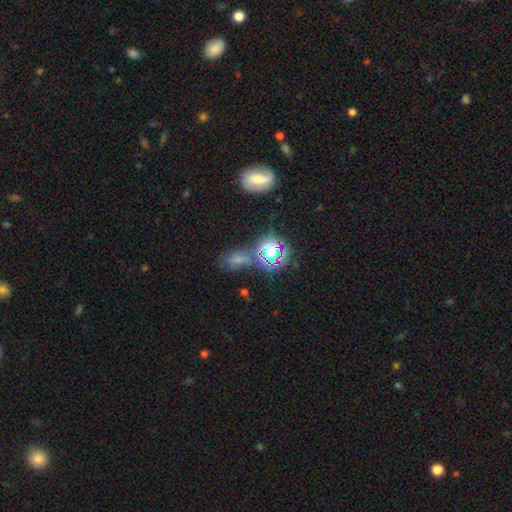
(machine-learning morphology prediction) Overall: smooth (49%; star or artifact 38%). Merging: none (64%).